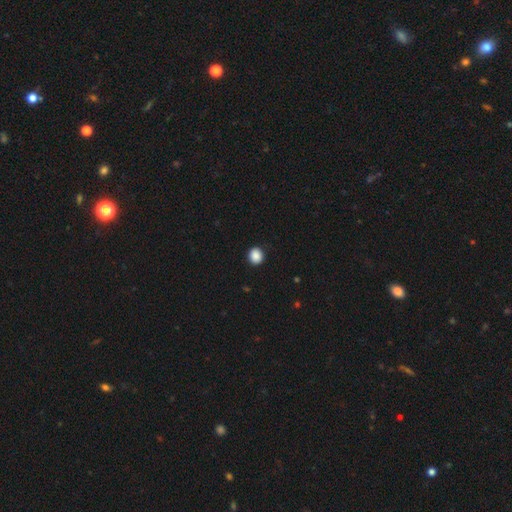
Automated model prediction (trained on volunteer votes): smooth-or-featured: smooth: 89% | star or artifact: 9% | featured or disk: 3%
  how-rounded: round: 85% | in between: 14% | cigar-shaped: 1%
  merging: none: 91% | minor disturbance: 7% | major disturbance: 2% | merger: 1%